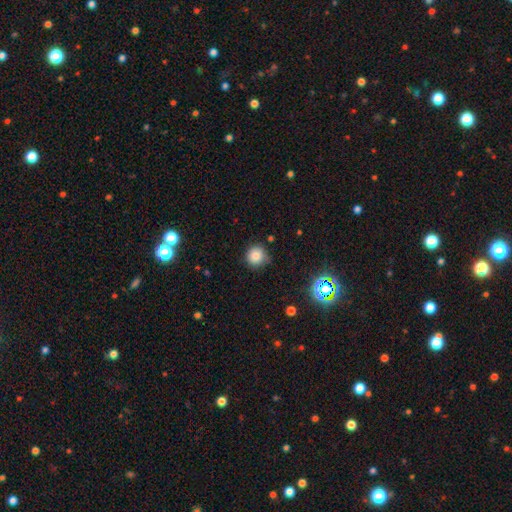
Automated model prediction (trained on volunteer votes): Morphology: type=smooth (81%); roundness=round (92%); merging=none (78%).